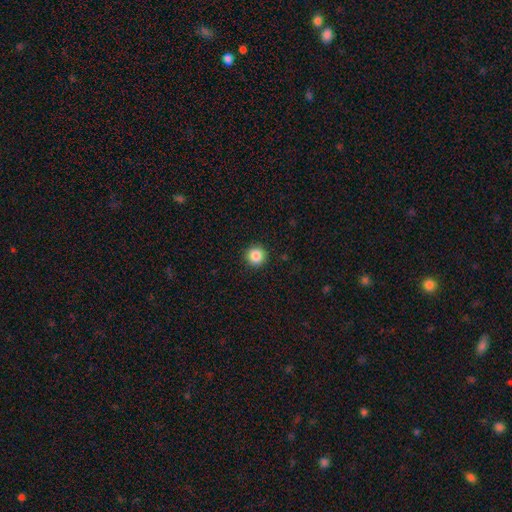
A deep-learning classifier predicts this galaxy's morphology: Overall: smooth (86%). How rounded: round (95%). Merging: none (92%).